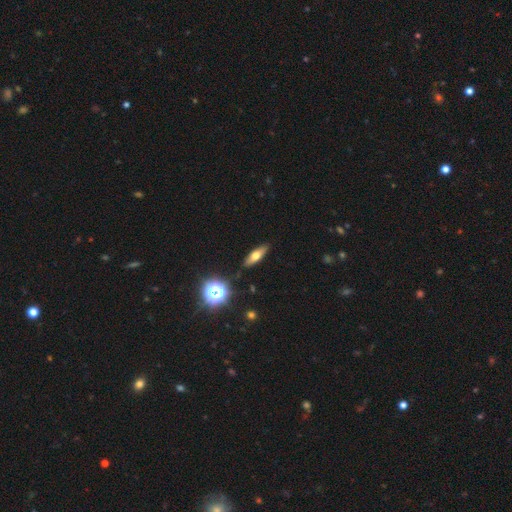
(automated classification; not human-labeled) smooth_or_featured: smooth (p=0.57) [alt: featured or disk p=0.32]
how_rounded: in between (p=0.48) [alt: cigar-shaped p=0.45]
merging: none (p=0.88) [alt: minor disturbance p=0.09]